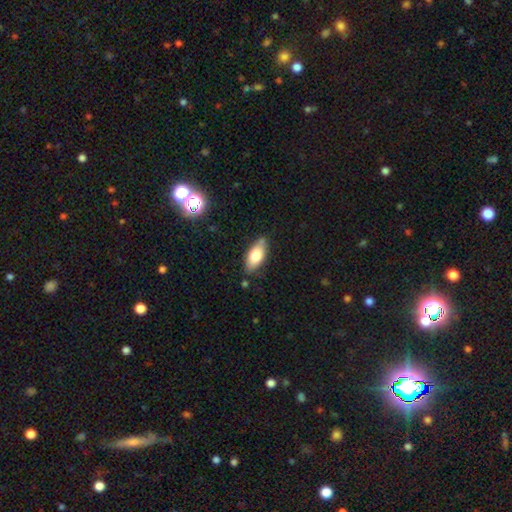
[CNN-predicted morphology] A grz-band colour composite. It shows a smooth galaxy with no disk features (72%) that is in between round and cigar-shaped (86%). Merging: none (78%).